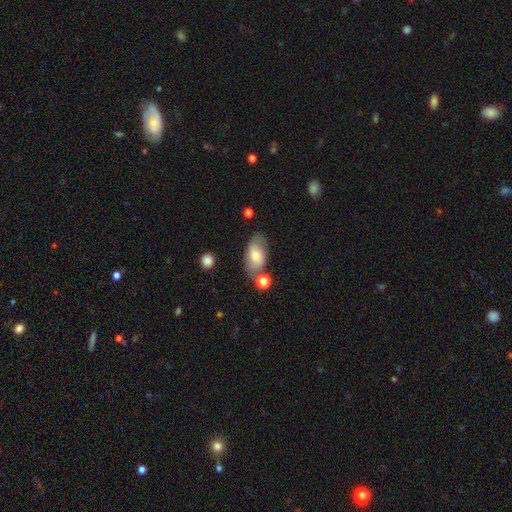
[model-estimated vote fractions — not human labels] Morphology: type=smooth (69%); roundness=in between (91%); merging=none (64%).